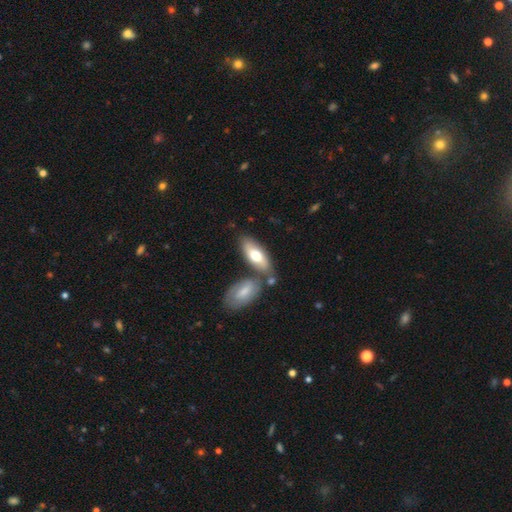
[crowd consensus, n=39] Smooth or featured? smooth (72%)
How rounded? in between (75%)
Merging? none (62%)